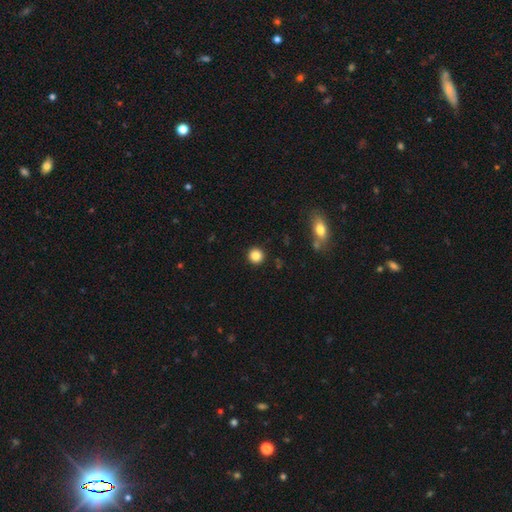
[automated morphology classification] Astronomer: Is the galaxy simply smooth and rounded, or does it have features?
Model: smooth — 86%.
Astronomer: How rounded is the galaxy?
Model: round — 95%.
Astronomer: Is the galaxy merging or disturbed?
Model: none — 92%.